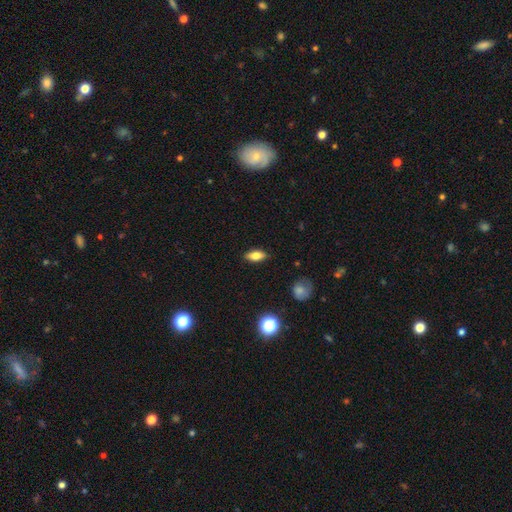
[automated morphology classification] This is likely a smooth galaxy (74%). How rounded: clearly in between (82%). Merging: clearly none (87%).